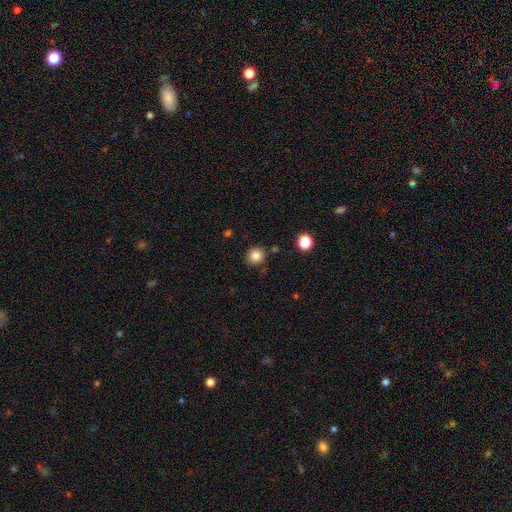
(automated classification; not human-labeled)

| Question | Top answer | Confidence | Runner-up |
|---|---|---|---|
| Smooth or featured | smooth | 84% | star or artifact (11%) |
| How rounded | round | 87% | in between (12%) |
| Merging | none | 86% | minor disturbance (8%) |